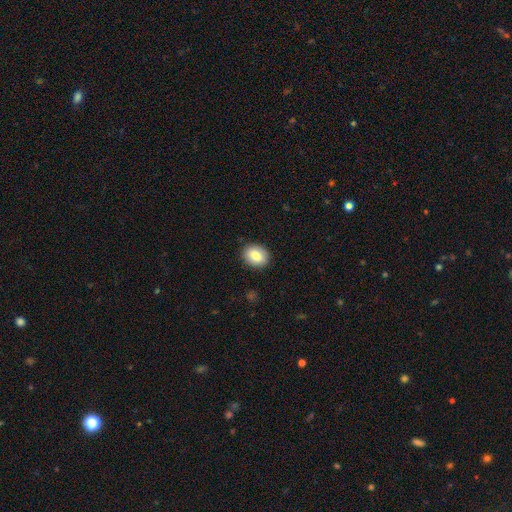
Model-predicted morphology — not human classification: smooth_or_featured: smooth (p=0.81) [alt: featured or disk p=0.11]
how_rounded: in between (p=0.55) [alt: round p=0.44]
merging: none (p=0.88) [alt: minor disturbance p=0.08]